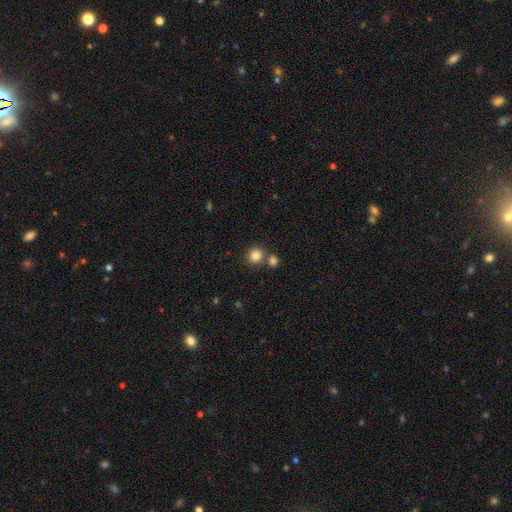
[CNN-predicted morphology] smooth 84%, star or artifact 11%, featured or disk 5%. Down the decision tree: how rounded — round (88%); merging — none (70%).